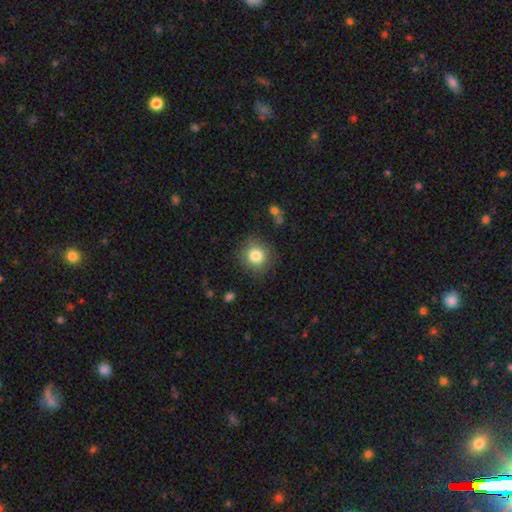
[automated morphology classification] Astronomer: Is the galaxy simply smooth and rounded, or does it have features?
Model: smooth — 82%.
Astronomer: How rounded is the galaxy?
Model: round — 90%.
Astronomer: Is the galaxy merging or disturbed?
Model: none — 85%.